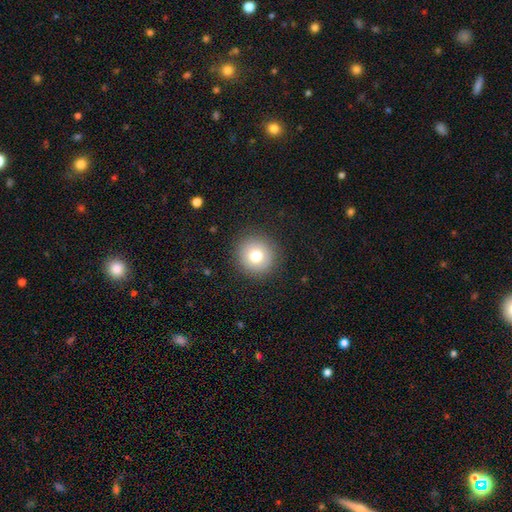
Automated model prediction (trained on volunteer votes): smooth_or_featured: smooth (p=0.76) [alt: featured or disk p=0.13]
how_rounded: round (p=0.94) [alt: in between p=0.06]
merging: none (p=0.90) [alt: minor disturbance p=0.06]